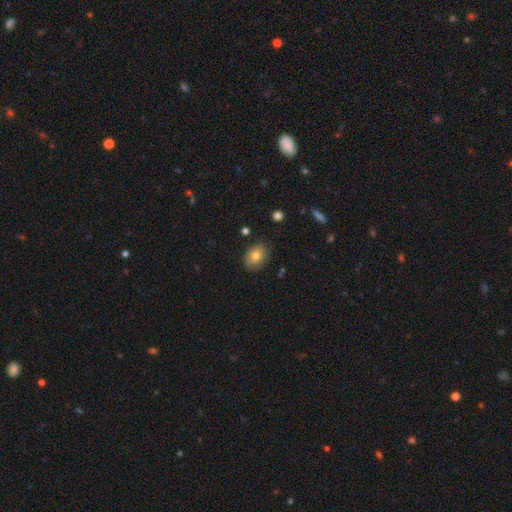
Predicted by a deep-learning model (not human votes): smooth 78%, featured or disk 13%, star or artifact 9%. Down the decision tree: how rounded — in between (68%); merging — none (82%).